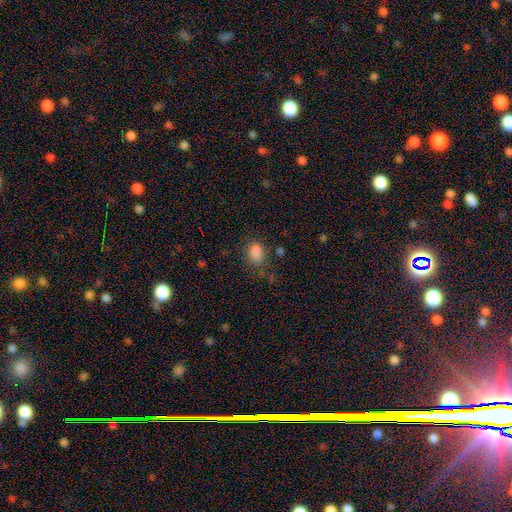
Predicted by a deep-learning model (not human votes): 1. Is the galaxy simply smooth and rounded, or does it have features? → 82% smooth, 13% star or artifact, 5% featured or disk.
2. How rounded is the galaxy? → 70% in between, 29% round, 1% cigar-shaped.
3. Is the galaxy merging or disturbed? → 69% none, 19% minor disturbance, 7% major disturbance, 4% merger.